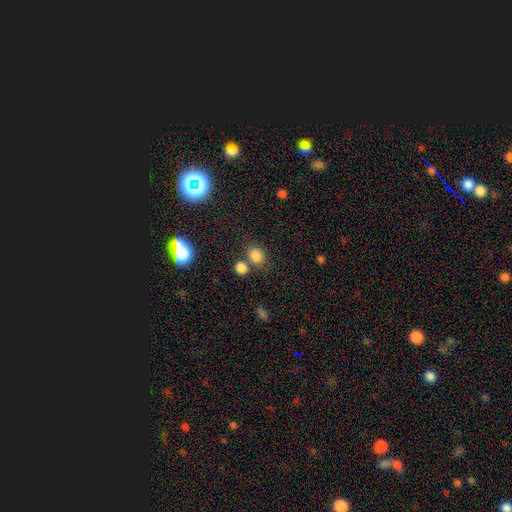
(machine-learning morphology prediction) Q: Smooth or featured?
A: smooth (81%); runner-up: star or artifact (14%)
Q: How rounded?
A: round (58%); runner-up: in between (40%)
Q: Merging?
A: none (68%); runner-up: merger (18%)